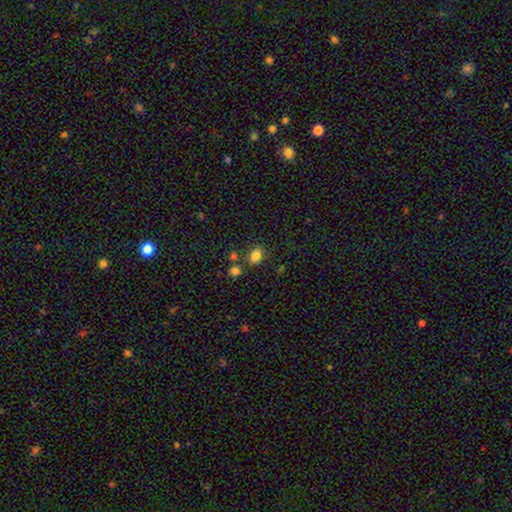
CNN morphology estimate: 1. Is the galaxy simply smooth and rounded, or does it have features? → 83% smooth, 11% star or artifact, 6% featured or disk.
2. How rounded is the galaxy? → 65% in between, 34% round, 1% cigar-shaped.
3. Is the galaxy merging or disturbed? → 74% none, 12% minor disturbance, 11% merger, 3% major disturbance.